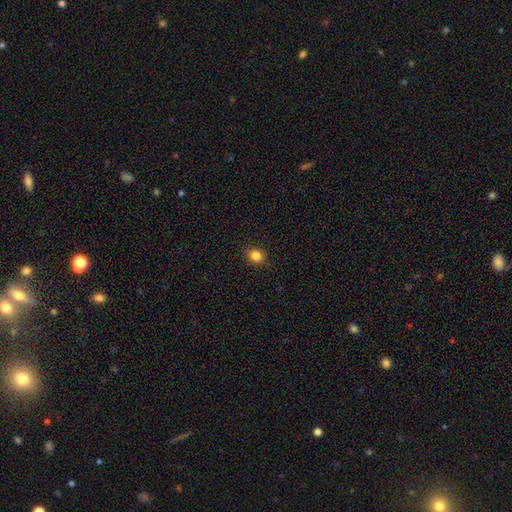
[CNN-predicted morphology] type=smooth (85%); roundness=round (60%); merging=none (90%).